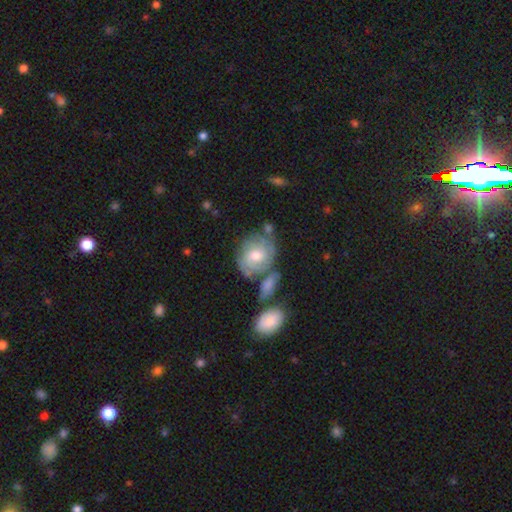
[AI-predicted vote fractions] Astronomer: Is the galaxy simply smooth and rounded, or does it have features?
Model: featured or disk — 52% (runner-up: smooth, 40%).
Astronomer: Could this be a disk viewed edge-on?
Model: no — 96%.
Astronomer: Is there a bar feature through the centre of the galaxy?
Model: no — 69%.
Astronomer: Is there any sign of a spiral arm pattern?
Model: yes — 72%.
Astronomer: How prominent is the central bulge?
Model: moderate — 67%.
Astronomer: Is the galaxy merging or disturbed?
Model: none — 55%.